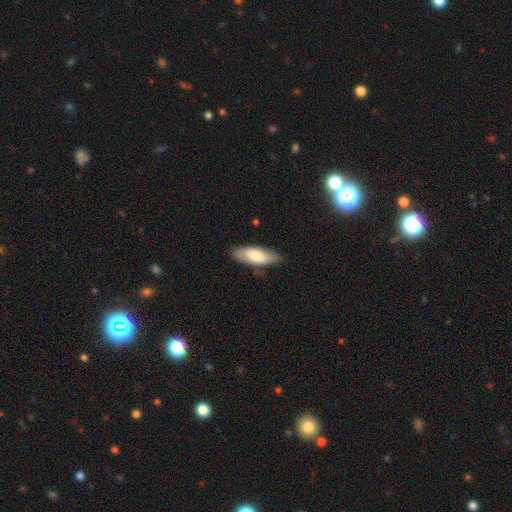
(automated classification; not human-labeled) Overall: smooth (71%). How rounded: in between (69%). Merging: none (82%).